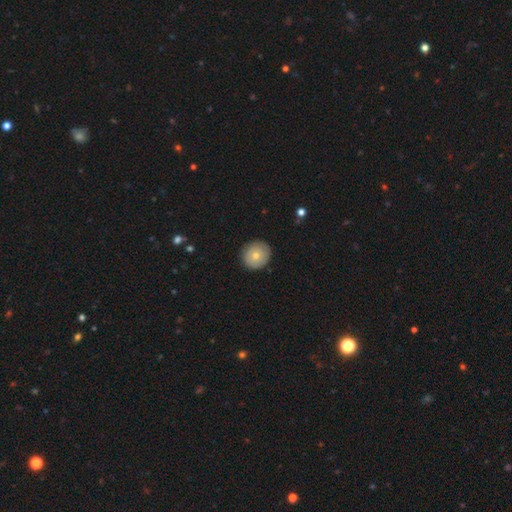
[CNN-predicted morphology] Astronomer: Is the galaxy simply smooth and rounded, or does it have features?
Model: smooth — 68%.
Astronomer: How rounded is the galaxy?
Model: round — 90%.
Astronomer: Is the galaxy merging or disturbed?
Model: none — 89%.